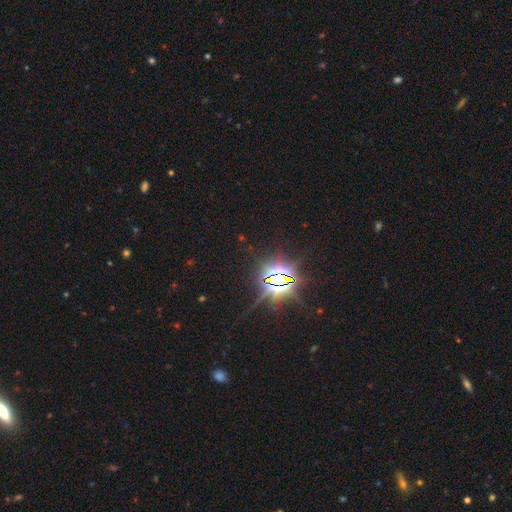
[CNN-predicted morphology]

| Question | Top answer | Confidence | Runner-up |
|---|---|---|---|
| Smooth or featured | star or artifact | 87% | smooth (7%) |